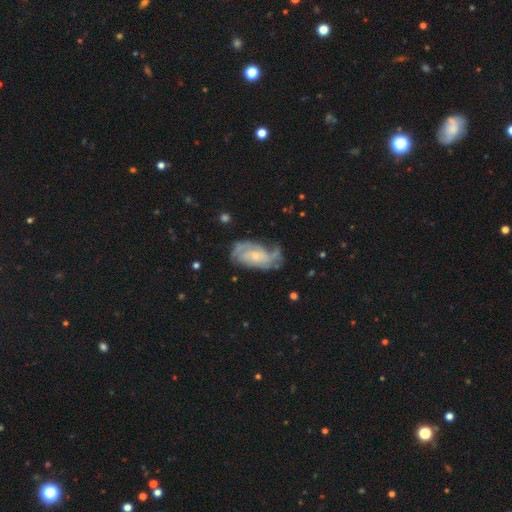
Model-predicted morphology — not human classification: This appears to be a featured or disk galaxy (78%) with no bar (65%), 2 (40%) tight (47%) spiral arms (91%) and a small central bulge (63%). Merging: none (56%).